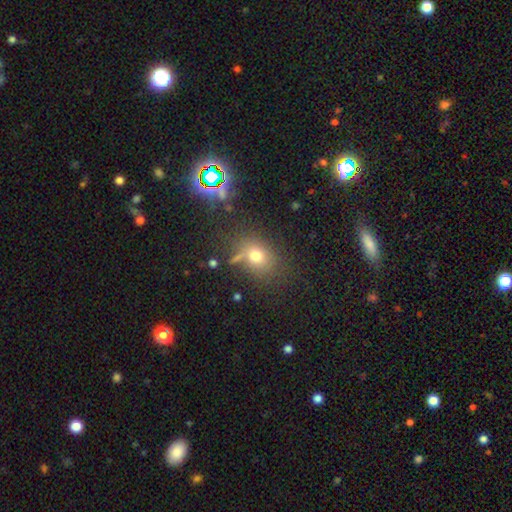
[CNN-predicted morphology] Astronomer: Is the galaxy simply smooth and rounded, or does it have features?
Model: smooth — 70%.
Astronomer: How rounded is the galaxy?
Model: round — 55% (runner-up: in between, 44%).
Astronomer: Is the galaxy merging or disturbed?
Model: none — 67%.